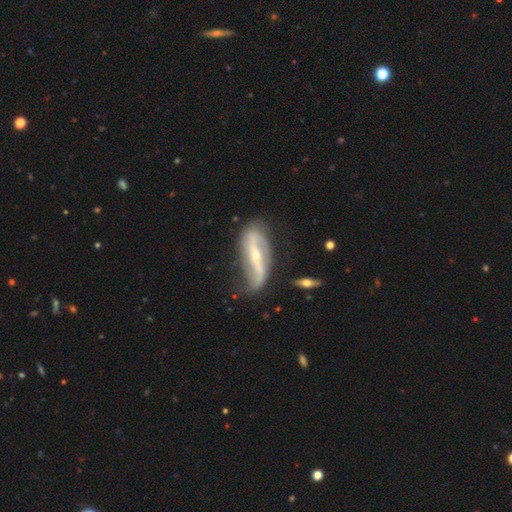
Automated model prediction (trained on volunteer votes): smooth-or-featured: featured or disk: 84% | smooth: 11% | star or artifact: 5%
  disk-edge-on: no: 84% | yes: 16%
    bar: strong: 69% | weak: 18% | no: 13%
    has-spiral-arms: yes: 86% | no: 14%
      spiral-winding: loose: 63% | medium: 23% | tight: 13%
      spiral-arm-count: 2: 86% | can't tell: 7% | 1: 4% | 3: 1% | 4: 1% | more than 4: 1%
    bulge-size: small: 69% | moderate: 28% | none: 1% | large: 1% | dominant: 1%
  merging: none: 66% | minor disturbance: 22% | major disturbance: 9% | merger: 3%